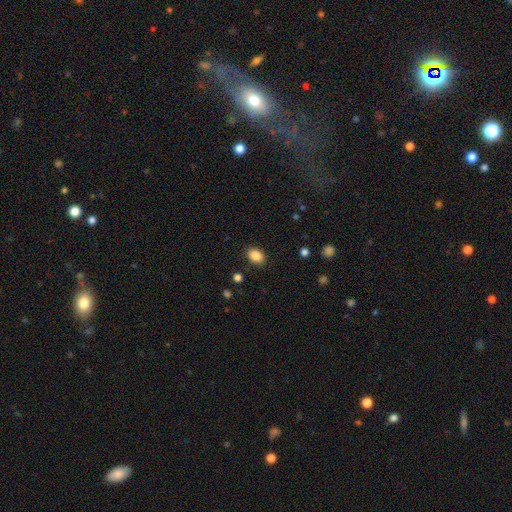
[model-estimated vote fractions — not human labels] smooth 88%, star or artifact 9%, featured or disk 3%. Down the decision tree: how rounded — in between (69%); merging — none (87%).